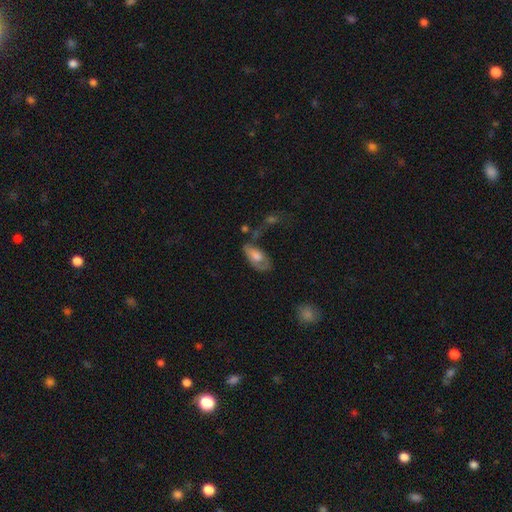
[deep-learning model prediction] smooth-or-featured: smooth: 59% | featured or disk: 34% | star or artifact: 8%
  how-rounded: in between: 90% | cigar-shaped: 6% | round: 4%
  merging: none: 39% | minor disturbance: 29% | major disturbance: 23% | merger: 9%